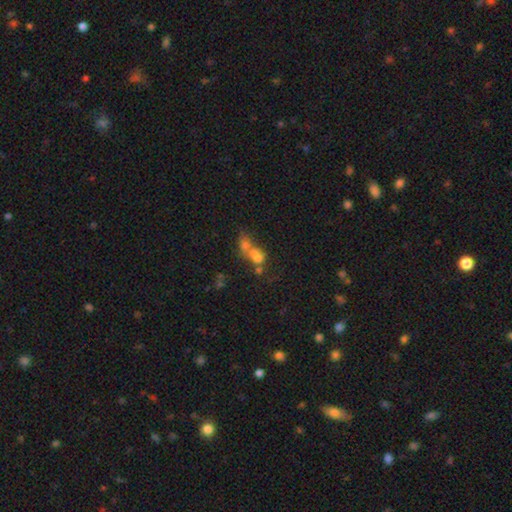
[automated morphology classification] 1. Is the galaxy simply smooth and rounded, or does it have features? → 60% smooth, 23% featured or disk, 17% star or artifact.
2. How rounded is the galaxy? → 60% in between, 35% round, 5% cigar-shaped.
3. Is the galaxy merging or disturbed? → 66% merger, 18% none, 9% major disturbance, 7% minor disturbance.